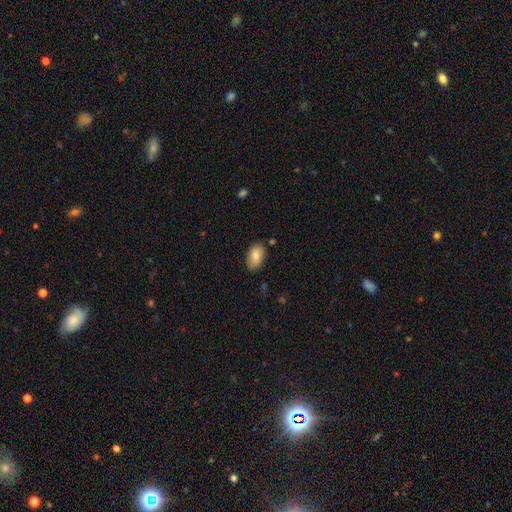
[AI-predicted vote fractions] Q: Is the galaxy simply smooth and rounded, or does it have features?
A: smooth — 80%.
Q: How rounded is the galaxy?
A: in between — 91%.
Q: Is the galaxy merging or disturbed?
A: none — 80%.